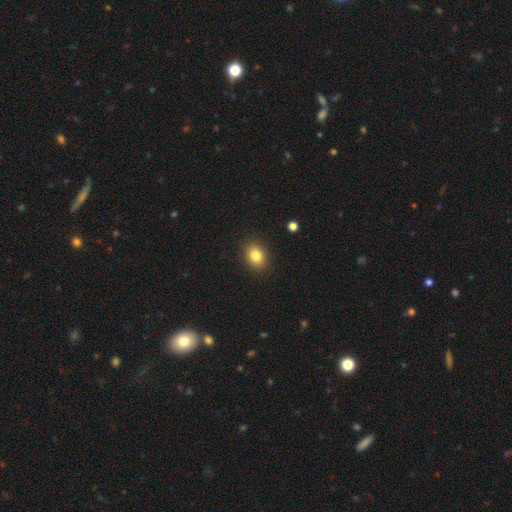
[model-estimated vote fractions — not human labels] A smooth galaxy with no disk features (83%) that is in between round and cigar-shaped (60%). Merging: none (89%).